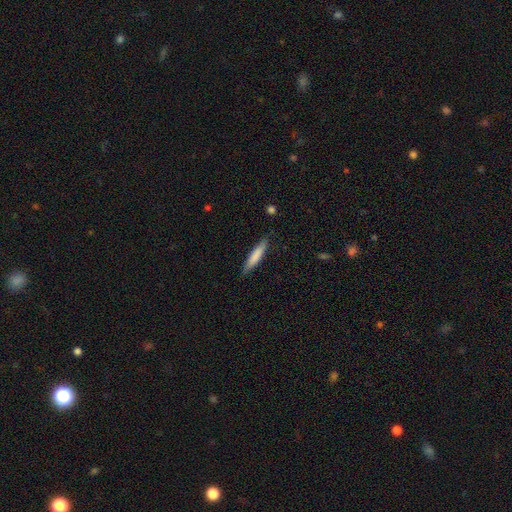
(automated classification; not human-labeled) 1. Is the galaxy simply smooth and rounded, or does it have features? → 72% smooth, 23% featured or disk, 6% star or artifact.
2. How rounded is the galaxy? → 88% cigar-shaped, 11% in between, 1% round.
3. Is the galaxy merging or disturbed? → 84% none, 13% minor disturbance, 2% major disturbance, 1% merger.